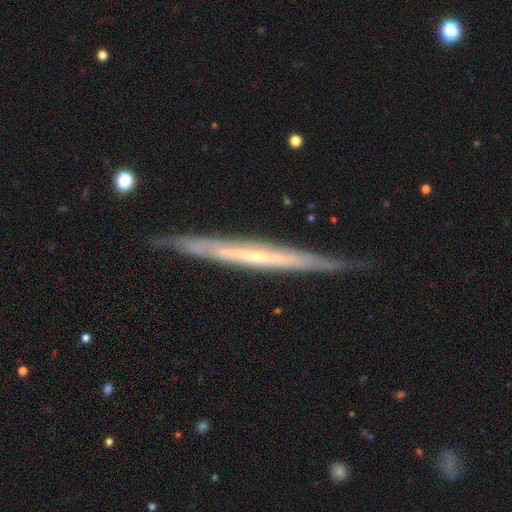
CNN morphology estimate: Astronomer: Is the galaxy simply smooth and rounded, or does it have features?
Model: featured or disk — 76%.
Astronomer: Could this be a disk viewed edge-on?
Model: yes — 94%.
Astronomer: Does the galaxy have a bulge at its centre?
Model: none — 71%.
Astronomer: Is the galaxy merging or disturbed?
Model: none — 83%.